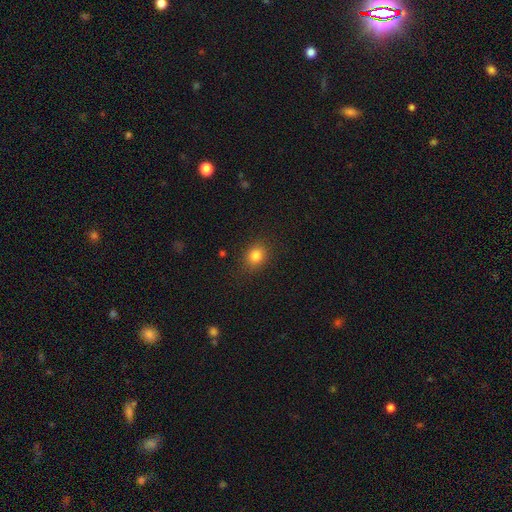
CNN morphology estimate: smooth 82%, star or artifact 12%, featured or disk 6%. Down the decision tree: how rounded — round (59%); merging — none (85%).